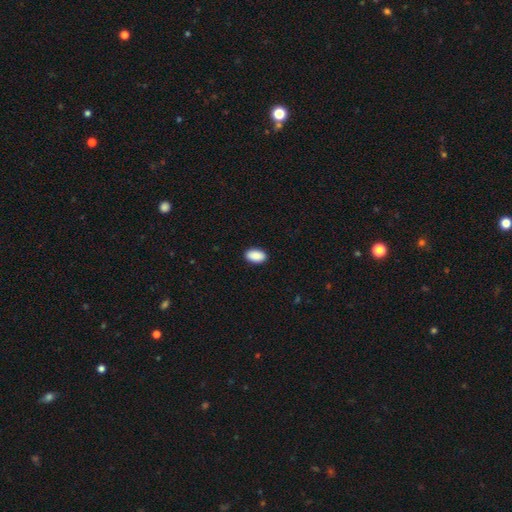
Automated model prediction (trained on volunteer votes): Smooth or featured?
  - smooth: 91% *
  - star or artifact: 6%
  - featured or disk: 3%
How rounded?
  - in between: 94% *
  - round: 4%
  - cigar-shaped: 2%
Merging?
  - none: 90% *
  - minor disturbance: 7%
  - major disturbance: 2%
  - merger: 1%